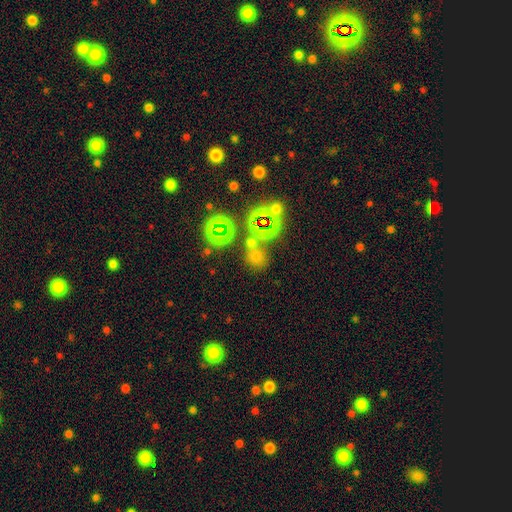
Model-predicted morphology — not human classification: smooth-or-featured: smooth: 55% | star or artifact: 37% | featured or disk: 9%
  how-rounded: round: 79% | in between: 20% | cigar-shaped: 2%
  merging: none: 61% | merger: 23% | minor disturbance: 11% | major disturbance: 6%